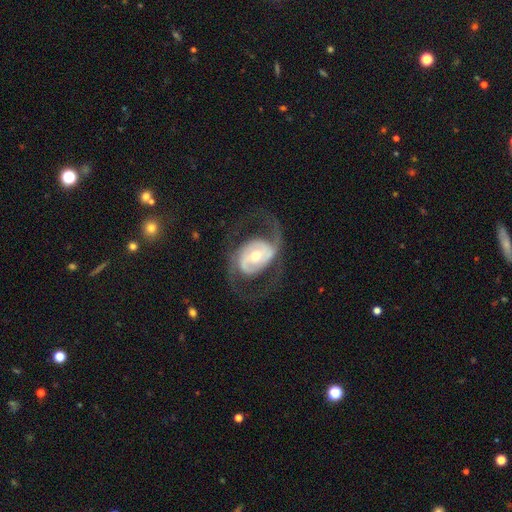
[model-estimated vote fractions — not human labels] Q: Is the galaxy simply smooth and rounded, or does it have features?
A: featured or disk — 85%.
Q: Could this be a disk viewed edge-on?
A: no — 96%.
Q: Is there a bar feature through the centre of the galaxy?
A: no — 42%.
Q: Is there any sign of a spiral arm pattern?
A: yes — 89%.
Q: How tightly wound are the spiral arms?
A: medium — 49%.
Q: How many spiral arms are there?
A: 2 — 87%.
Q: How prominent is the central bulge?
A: moderate — 63%.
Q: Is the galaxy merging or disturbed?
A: none — 64%.